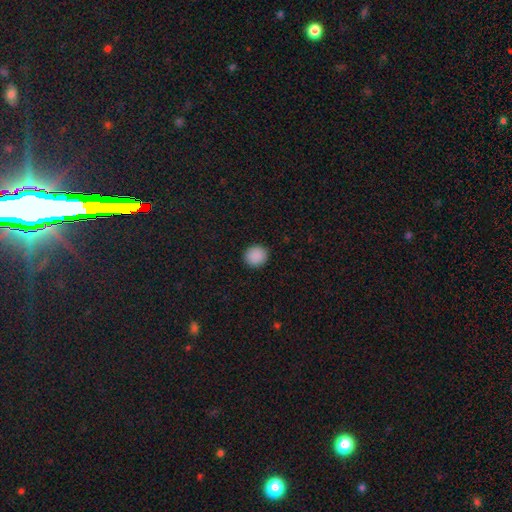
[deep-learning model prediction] smooth-or-featured: smooth: 89% | star or artifact: 9% | featured or disk: 2%
  how-rounded: round: 89% | in between: 10% | cigar-shaped: 1%
  merging: none: 92% | minor disturbance: 5% | major disturbance: 2% | merger: 1%